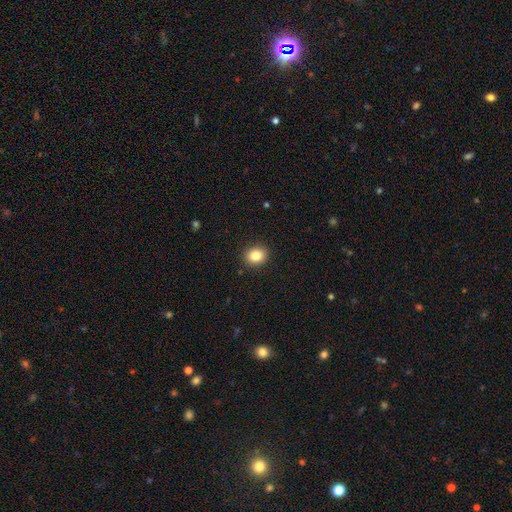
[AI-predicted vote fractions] Morphology: type=smooth (84%); roundness=round (63%); merging=none (91%).